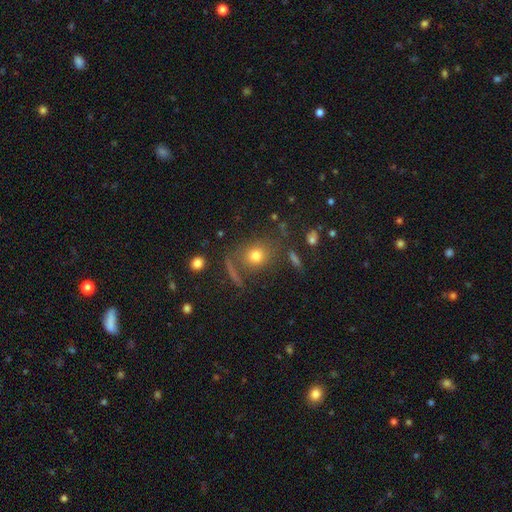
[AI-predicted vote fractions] Smooth or featured?
  - smooth: 72% *
  - star or artifact: 14%
  - featured or disk: 13%
How rounded?
  - round: 68% *
  - in between: 30%
  - cigar-shaped: 2%
Merging?
  - none: 70% *
  - minor disturbance: 14%
  - merger: 9%
  - major disturbance: 8%